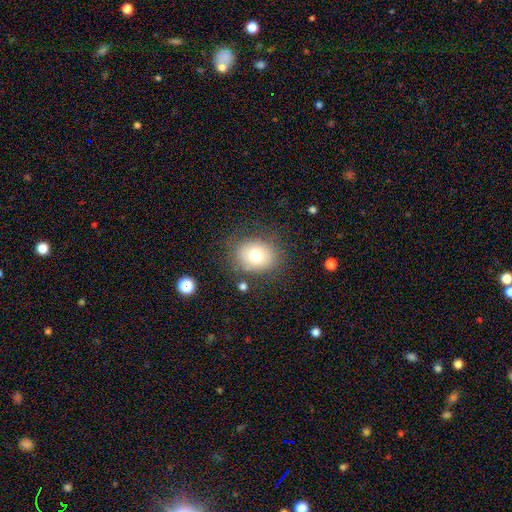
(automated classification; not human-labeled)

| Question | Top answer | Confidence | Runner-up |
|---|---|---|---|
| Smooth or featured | smooth | 73% | featured or disk (16%) |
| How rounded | round | 54% | in between (45%) |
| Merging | none | 78% | minor disturbance (14%) |